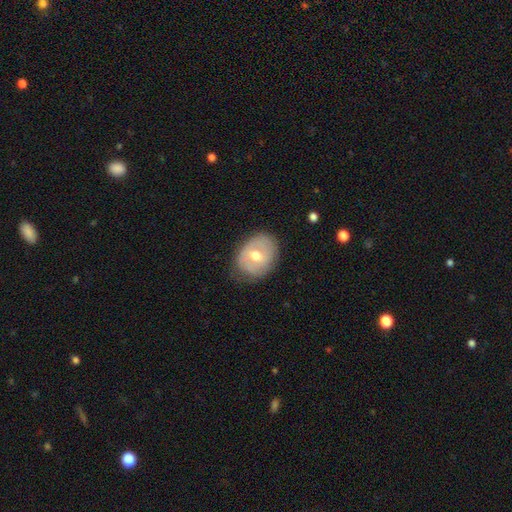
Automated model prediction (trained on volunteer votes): Smooth or featured?
  - featured or disk: 50% *
  - smooth: 43%
  - star or artifact: 7%
Edge-on disk?
  - no: 94% *
  - yes: 6%
Merging?
  - none: 70% *
  - minor disturbance: 23%
  - major disturbance: 6%
  - merger: 1%